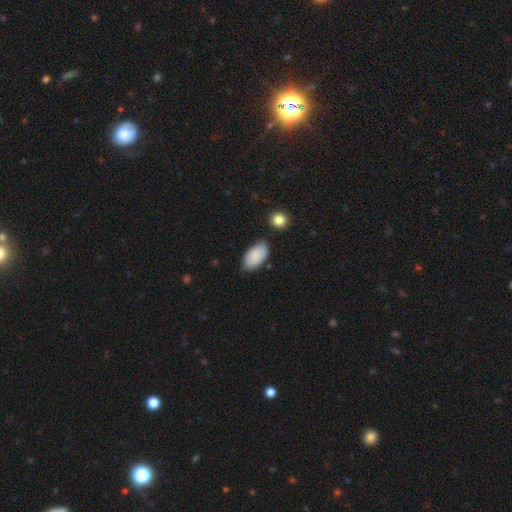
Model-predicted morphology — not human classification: This is clearly a smooth galaxy (86%). How rounded: clearly in between (95%). Merging: likely none (73%).